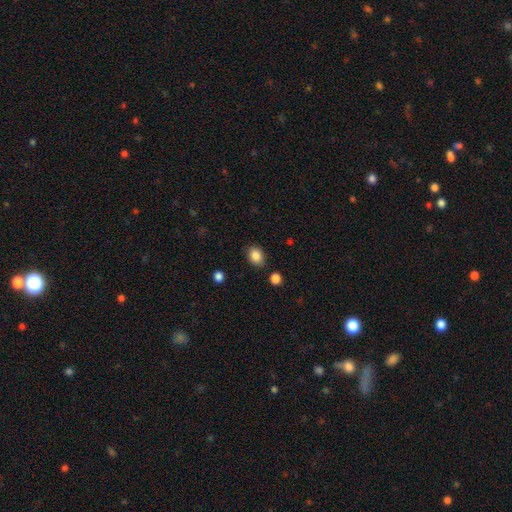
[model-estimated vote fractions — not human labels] smooth-or-featured: smooth: 86% | star or artifact: 9% | featured or disk: 5%
  how-rounded: in between: 59% | round: 40% | cigar-shaped: 1%
  merging: none: 85% | minor disturbance: 10% | merger: 3% | major disturbance: 3%